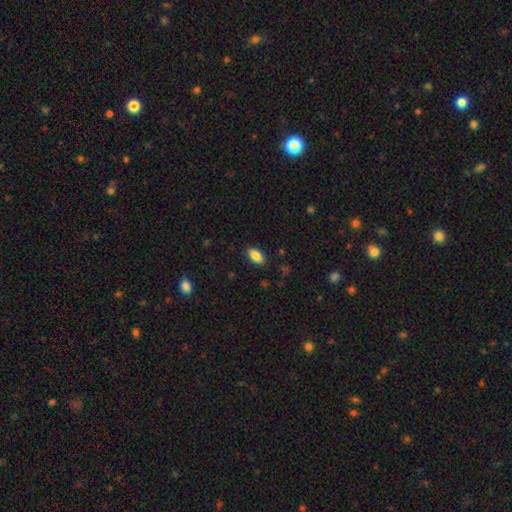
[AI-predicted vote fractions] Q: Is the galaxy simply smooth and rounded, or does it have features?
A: smooth — 86%.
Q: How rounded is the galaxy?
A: in between — 91%.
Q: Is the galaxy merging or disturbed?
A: none — 87%.